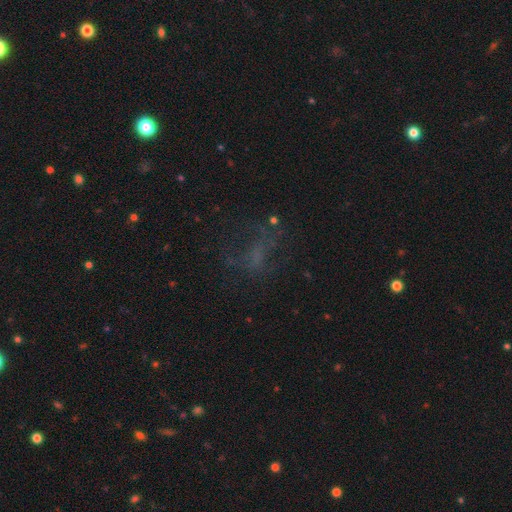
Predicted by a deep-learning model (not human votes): This appears to be a star or artifact, not a galaxy (34%).